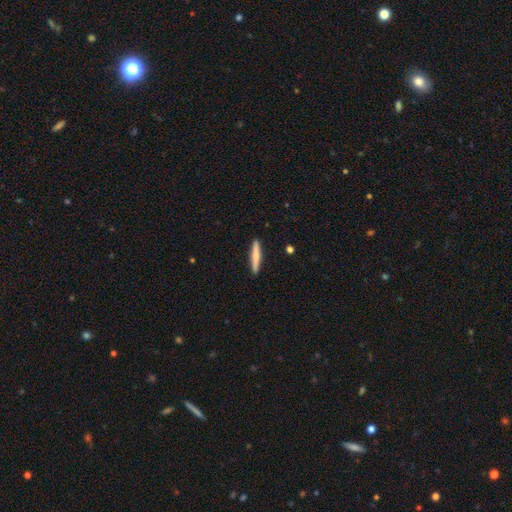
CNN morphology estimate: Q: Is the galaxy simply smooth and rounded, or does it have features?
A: smooth — 70%.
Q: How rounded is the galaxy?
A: cigar-shaped — 94%.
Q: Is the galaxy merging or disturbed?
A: none — 91%.